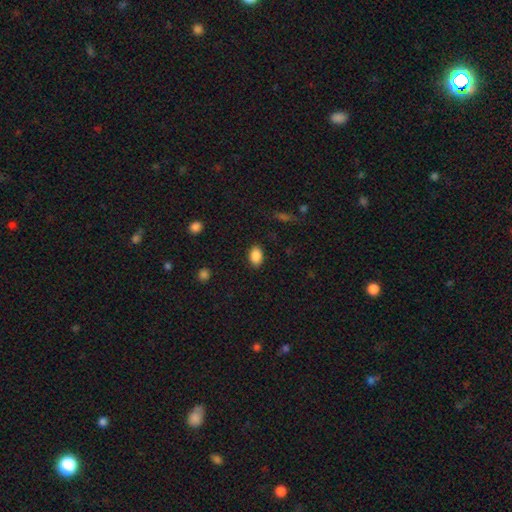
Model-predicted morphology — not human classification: Smooth or featured?
  - smooth: 88% *
  - star or artifact: 8%
  - featured or disk: 3%
How rounded?
  - in between: 83% *
  - round: 16%
  - cigar-shaped: 1%
Merging?
  - none: 87% *
  - minor disturbance: 9%
  - major disturbance: 3%
  - merger: 1%